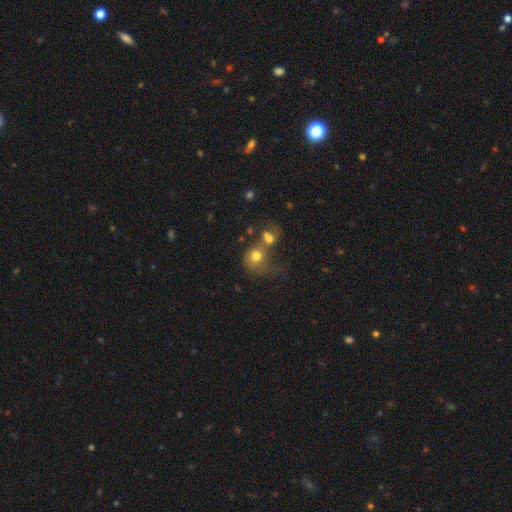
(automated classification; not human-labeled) Smooth or featured?
  - smooth: 69% *
  - featured or disk: 19%
  - star or artifact: 12%
How rounded?
  - round: 72% *
  - in between: 27%
  - cigar-shaped: 1%
Merging?
  - merger: 59% *
  - none: 19%
  - major disturbance: 13%
  - minor disturbance: 9%